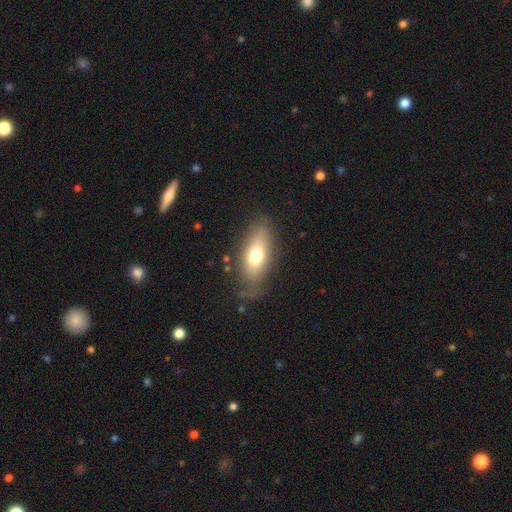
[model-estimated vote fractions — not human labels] This appears to be a smooth galaxy with no disk features (69%) that is in between round and cigar-shaped (80%). Merging: none (74%).